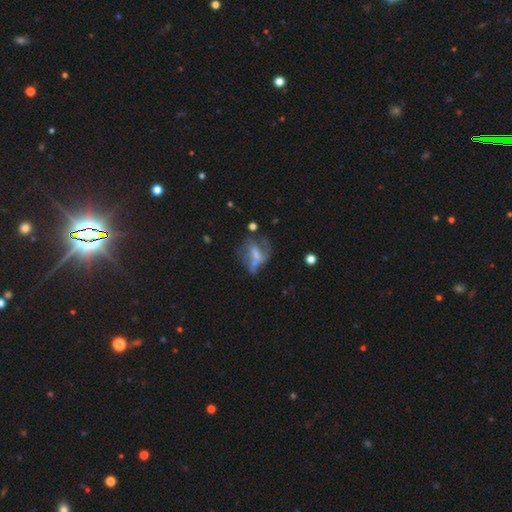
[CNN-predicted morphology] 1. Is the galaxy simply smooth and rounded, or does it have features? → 51% featured or disk, 37% smooth, 13% star or artifact.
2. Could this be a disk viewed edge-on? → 94% no, 6% yes.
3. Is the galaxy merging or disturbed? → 32% none, 31% major disturbance, 20% minor disturbance, 16% merger.